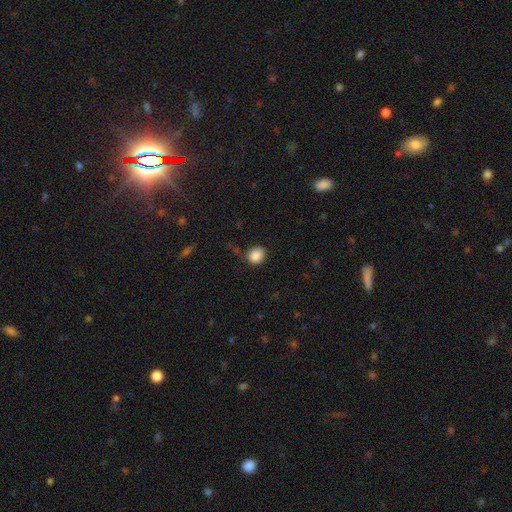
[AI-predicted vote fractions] Smooth or featured?
  - smooth: 87% *
  - star or artifact: 9%
  - featured or disk: 4%
How rounded?
  - round: 68% *
  - in between: 32%
  - cigar-shaped: 1%
Merging?
  - none: 71% *
  - minor disturbance: 20%
  - major disturbance: 6%
  - merger: 3%